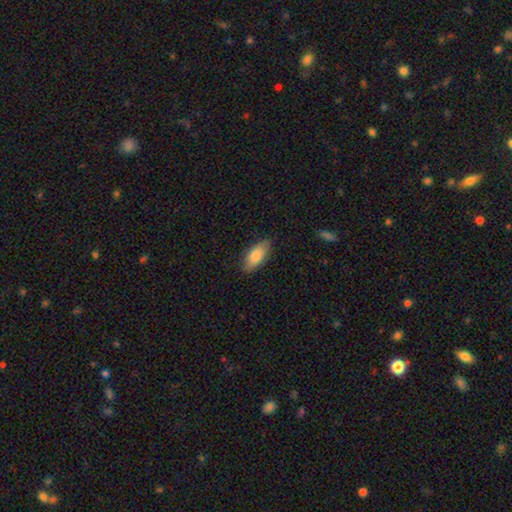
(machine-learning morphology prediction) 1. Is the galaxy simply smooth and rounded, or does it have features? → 82% smooth, 13% featured or disk, 6% star or artifact.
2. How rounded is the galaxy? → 86% in between, 12% cigar-shaped, 2% round.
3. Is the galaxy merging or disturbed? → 84% none, 13% minor disturbance, 2% major disturbance, 1% merger.